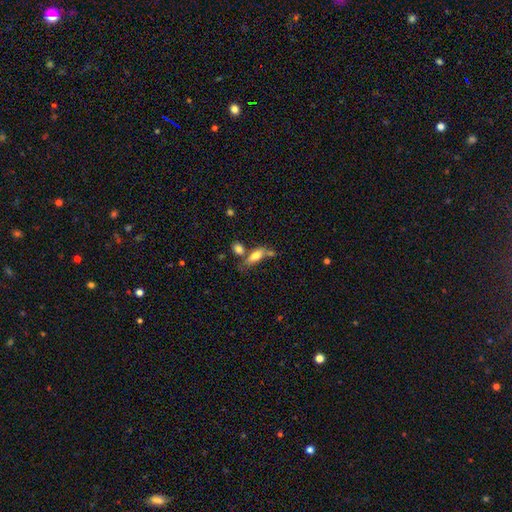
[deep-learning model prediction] smooth_or_featured: smooth (p=0.68) [alt: featured or disk p=0.24]
how_rounded: in between (p=0.69) [alt: cigar-shaped p=0.26]
merging: none (p=0.48) [alt: merger p=0.26]